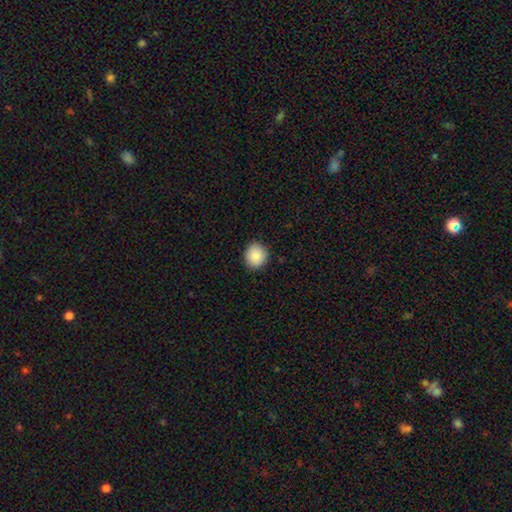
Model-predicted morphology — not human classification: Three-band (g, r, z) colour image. It shows a smooth galaxy with no disk features (89%) that is round (84%). Merging: none (89%).